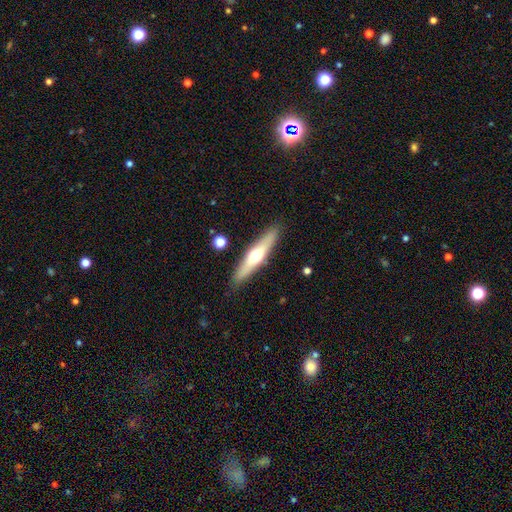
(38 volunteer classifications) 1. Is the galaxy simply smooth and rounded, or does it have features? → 55% smooth, 39% featured or disk, 5% star or artifact.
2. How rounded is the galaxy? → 86% cigar-shaped, 14% in between, 0% round.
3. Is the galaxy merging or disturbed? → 86% none, 14% minor disturbance, 0% major disturbance, 0% merger.